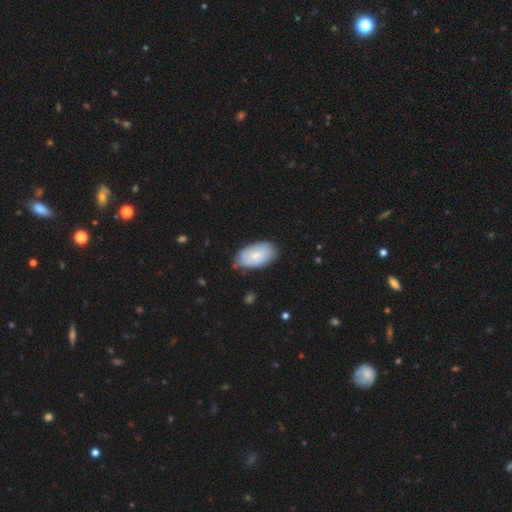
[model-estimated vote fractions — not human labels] Morphology: type=smooth (69%); roundness=in between (95%); merging=none (73%).